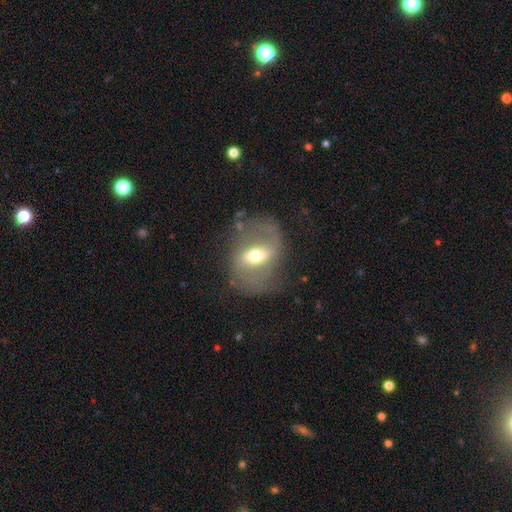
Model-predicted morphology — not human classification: A featured or disk galaxy (73%) with a weak bar (45%), 2 (80%) loose (42%) spiral arms (75%) and a moderate central bulge (68%).

Vote fractions:
- Smooth or featured? featured or disk: 73% / smooth: 18% / star or artifact: 10%
- Edge-on disk? no: 94% / yes: 6%
- Bar? weak: 45% / strong: 36% / no: 19%
- Spiral arms? yes: 75% / no: 25%
- Spiral winding? loose: 42% / medium: 40% / tight: 18%
- Spiral arm count? 2: 80% / can't tell: 11% / 1: 5% / 3: 2% / 4: 1% / more than 4: 1%
- Bulge size? moderate: 68% / small: 22% / large: 8% / dominant: 1% / none: 1%
- Merging? none: 70% / minor disturbance: 18% / major disturbance: 10% / merger: 2%